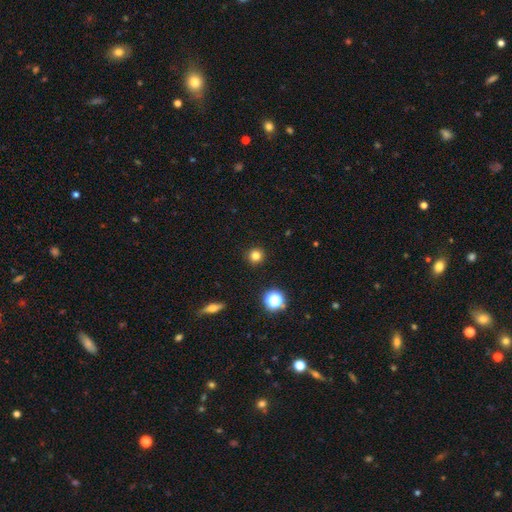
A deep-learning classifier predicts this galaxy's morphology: Smooth or featured? smooth (80%)
How rounded? round (95%)
Merging? none (92%)